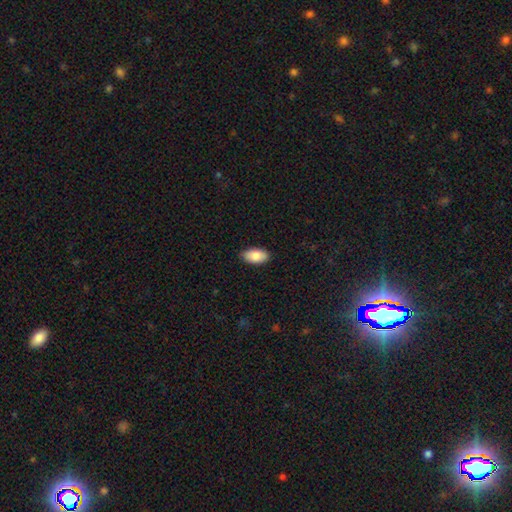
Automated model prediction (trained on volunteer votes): A smooth galaxy with no disk features (86%) that is in between round and cigar-shaped (95%).

Vote fractions:
- Smooth or featured? smooth: 86% / featured or disk: 7% / star or artifact: 6%
- How rounded? in between: 95% / round: 3% / cigar-shaped: 2%
- Merging? none: 87% / minor disturbance: 10% / major disturbance: 2% / merger: 1%